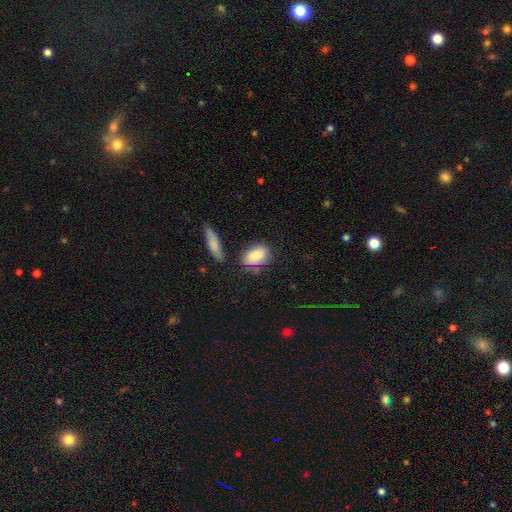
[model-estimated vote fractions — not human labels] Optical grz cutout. It shows a smooth galaxy with no disk features (85%) that is in between round and cigar-shaped (85%). Merging: none (64%).